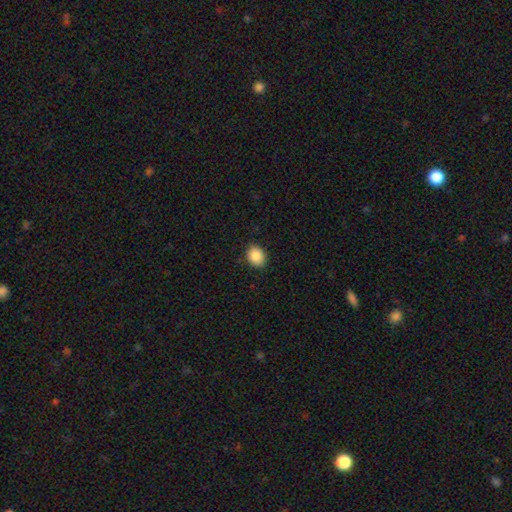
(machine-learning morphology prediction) Overall: smooth (89%). How rounded: in between (53%; round 46%). Merging: none (87%).